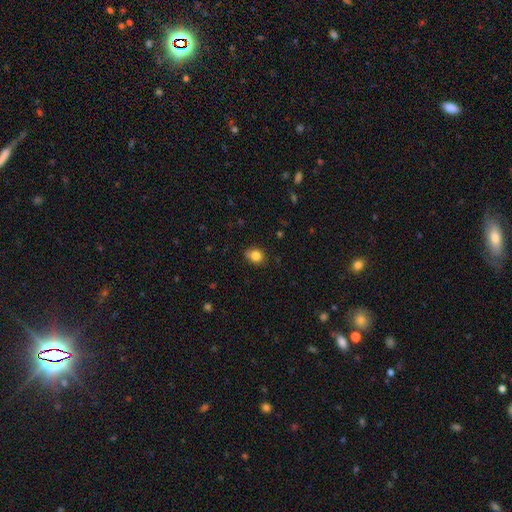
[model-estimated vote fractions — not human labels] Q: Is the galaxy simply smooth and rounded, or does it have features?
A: smooth — 83%.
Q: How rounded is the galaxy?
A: round — 55%.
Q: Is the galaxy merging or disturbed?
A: none — 74%.